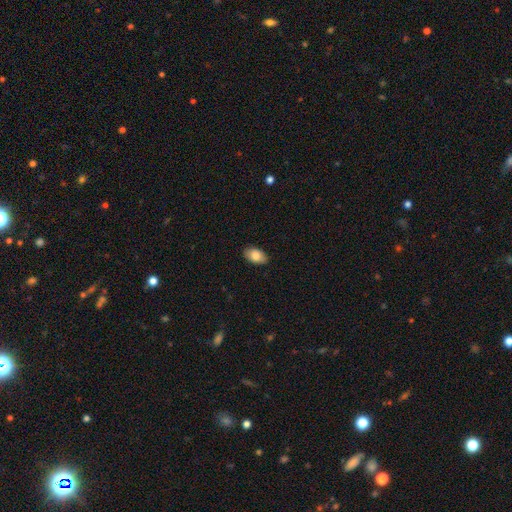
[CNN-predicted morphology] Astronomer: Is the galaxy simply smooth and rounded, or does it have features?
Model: smooth — 85%.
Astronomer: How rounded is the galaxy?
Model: in between — 92%.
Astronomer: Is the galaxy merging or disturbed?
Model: none — 87%.